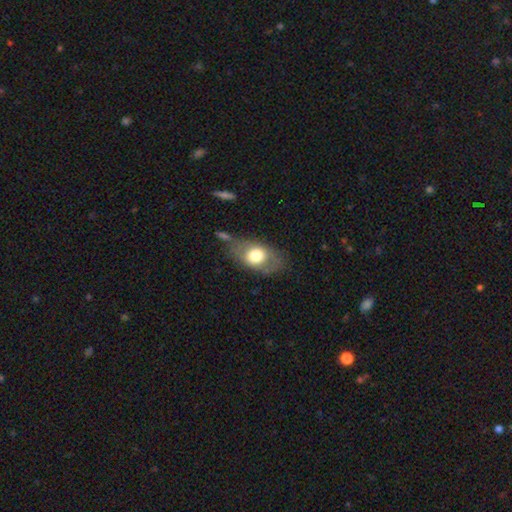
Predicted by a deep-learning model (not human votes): This is likely a smooth galaxy (65%). How rounded: likely in between (78%). Merging: possibly none (59%).